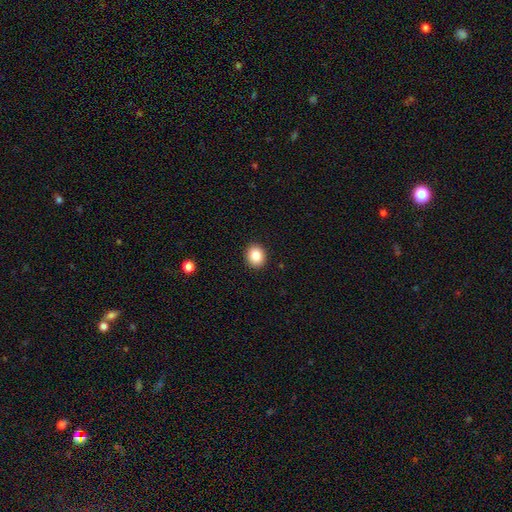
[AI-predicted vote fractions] This is clearly a smooth galaxy (85%). How rounded: likely round (68%). Merging: clearly none (91%).